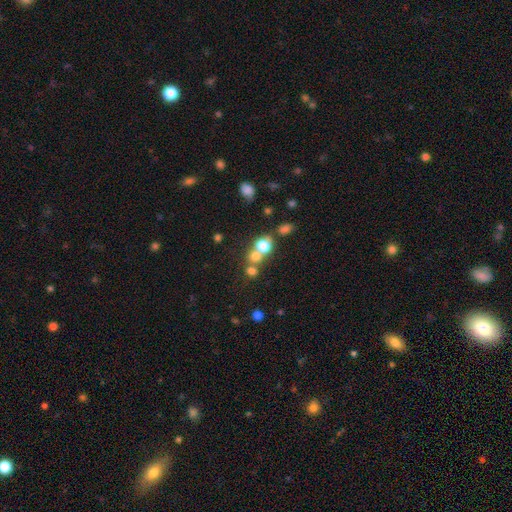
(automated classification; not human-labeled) Smooth or featured? Predicted: smooth (p=0.69). How rounded? Predicted: round (p=0.79). Merging? Predicted: merger (p=0.48).